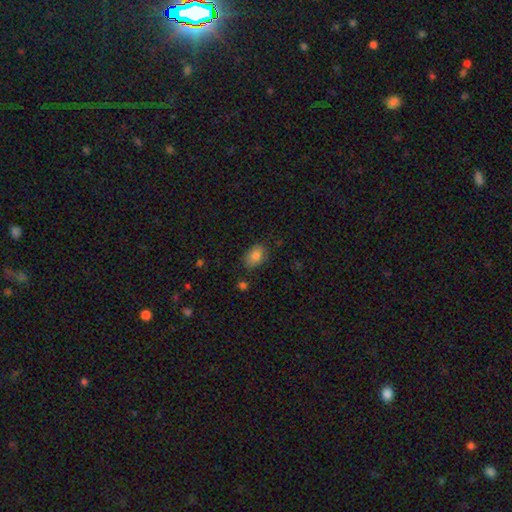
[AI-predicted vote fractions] A smooth galaxy with no disk features (84%) that is in between round and cigar-shaped (81%).

Vote fractions:
- Smooth or featured? smooth: 84% / star or artifact: 8% / featured or disk: 8%
- How rounded? in between: 81% / round: 18% / cigar-shaped: 1%
- Merging? none: 80% / minor disturbance: 15% / major disturbance: 3% / merger: 2%